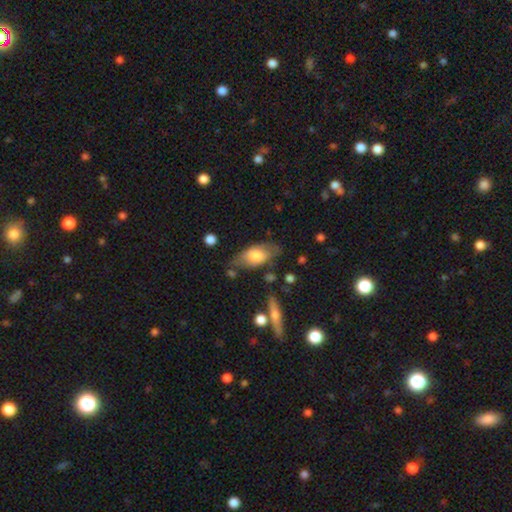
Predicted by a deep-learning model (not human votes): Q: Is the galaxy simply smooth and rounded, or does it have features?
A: smooth — 67%.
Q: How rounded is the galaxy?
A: in between — 88%.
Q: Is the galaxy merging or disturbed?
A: none — 58%.